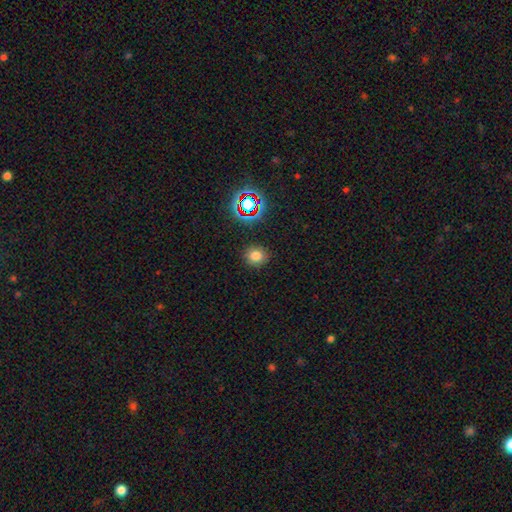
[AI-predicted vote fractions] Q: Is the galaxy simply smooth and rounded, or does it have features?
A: smooth — 75%.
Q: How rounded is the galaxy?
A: round — 81%.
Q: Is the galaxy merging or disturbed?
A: none — 88%.